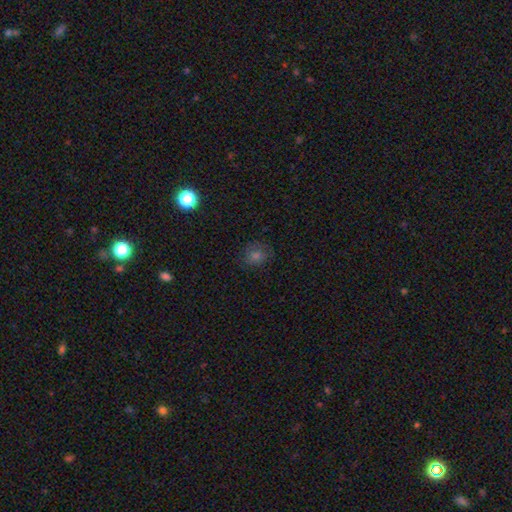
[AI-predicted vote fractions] The model was most divided on "smooth or featured": smooth: 62%, star or artifact: 24%, featured or disk: 14%. More confident: merging — none (80%); how rounded — round (74%).